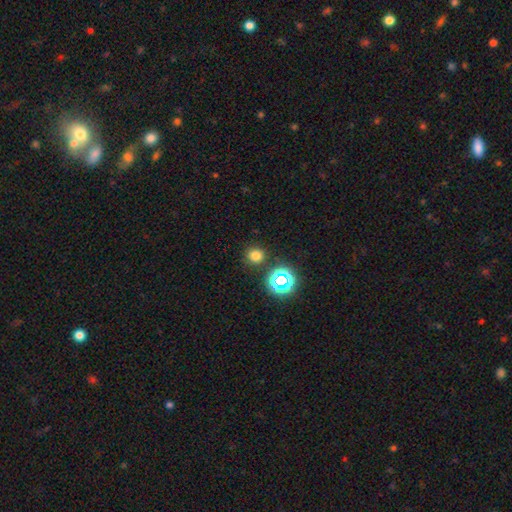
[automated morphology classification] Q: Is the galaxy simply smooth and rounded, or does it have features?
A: smooth — 73%.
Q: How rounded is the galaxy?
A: round — 87%.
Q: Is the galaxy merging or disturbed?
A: none — 86%.